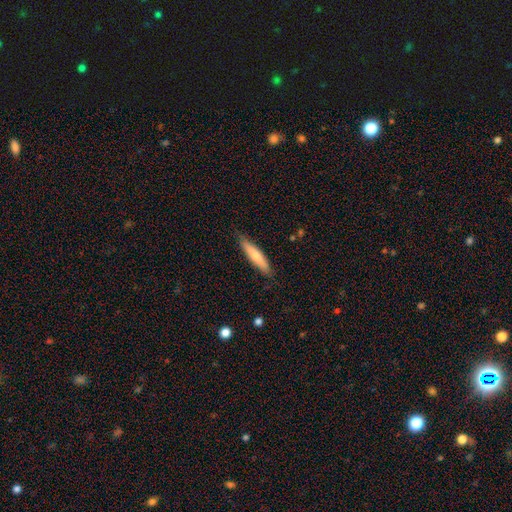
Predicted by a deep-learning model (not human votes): Smooth or featured: smooth — 65% (featured or disk — 29%)
How rounded: cigar-shaped — 83% (in between — 15%)
Merging: none — 82% (minor disturbance — 14%)